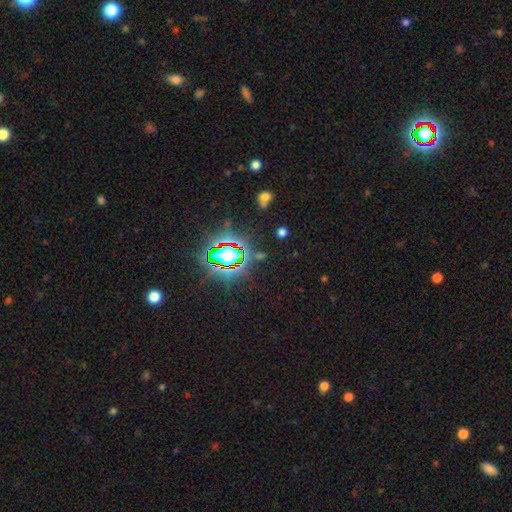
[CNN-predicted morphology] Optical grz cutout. It shows a star or artifact, not a galaxy (78%).